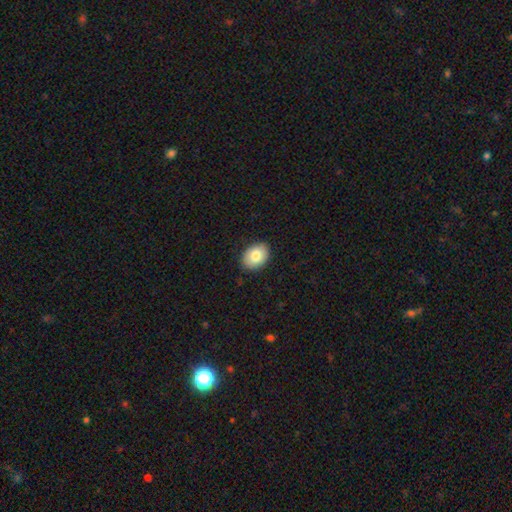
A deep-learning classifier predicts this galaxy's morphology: Smooth or featured: smooth — 81% (featured or disk — 12%)
How rounded: in between — 78% (round — 21%)
Merging: none — 88% (minor disturbance — 9%)